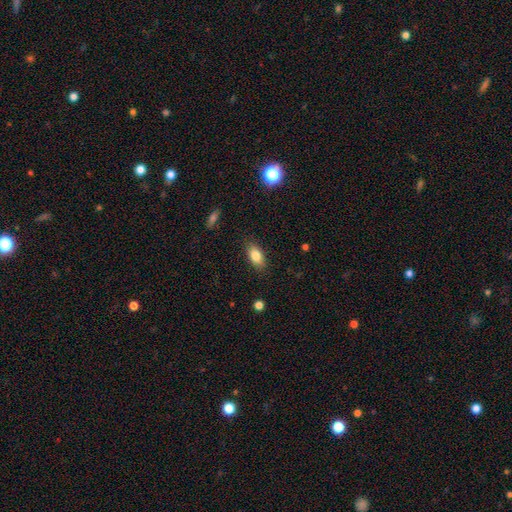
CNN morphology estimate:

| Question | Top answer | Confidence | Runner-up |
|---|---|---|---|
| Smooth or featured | smooth | 83% | featured or disk (9%) |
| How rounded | in between | 88% | cigar-shaped (6%) |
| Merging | none | 85% | minor disturbance (12%) |